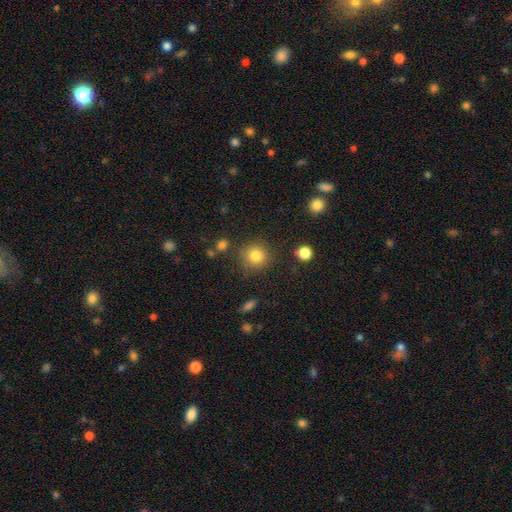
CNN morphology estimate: This is clearly a smooth galaxy (82%). How rounded: clearly round (91%). Merging: clearly none (85%).